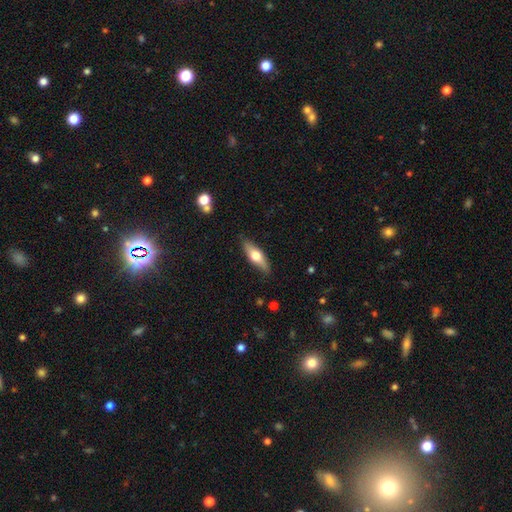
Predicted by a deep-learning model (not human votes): Overall: smooth (55%; featured or disk 39%). How rounded: in between (51%; cigar-shaped 46%). Merging: none (86%).